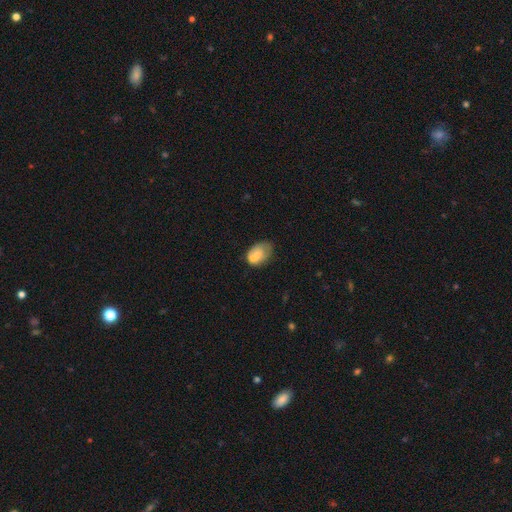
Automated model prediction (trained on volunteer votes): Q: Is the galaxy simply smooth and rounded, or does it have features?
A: smooth — 70%.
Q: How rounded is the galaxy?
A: in between — 83%.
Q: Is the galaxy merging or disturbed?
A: none — 36%.